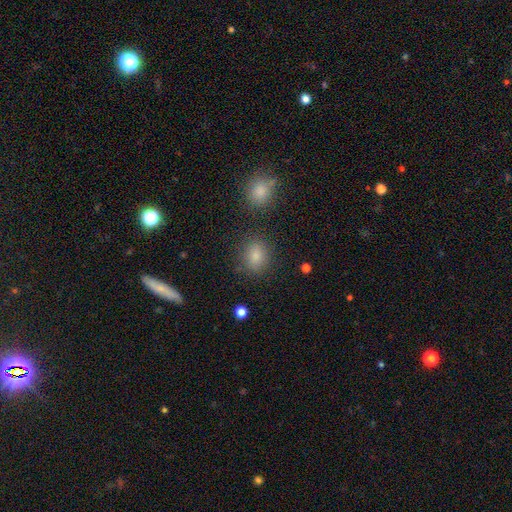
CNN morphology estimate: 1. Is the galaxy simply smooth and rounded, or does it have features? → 84% smooth, 11% star or artifact, 6% featured or disk.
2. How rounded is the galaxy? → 52% in between, 46% round, 1% cigar-shaped.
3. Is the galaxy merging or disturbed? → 81% none, 11% minor disturbance, 4% major disturbance, 4% merger.